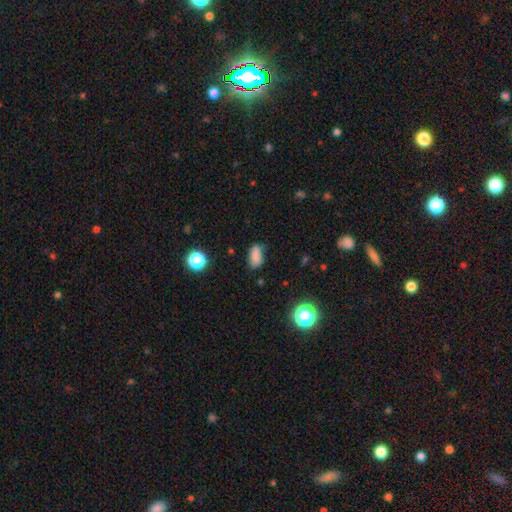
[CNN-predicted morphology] smooth_or_featured: smooth (p=0.82) [alt: star or artifact p=0.12]
how_rounded: in between (p=0.88) [alt: round p=0.07]
merging: none (p=0.68) [alt: minor disturbance p=0.24]